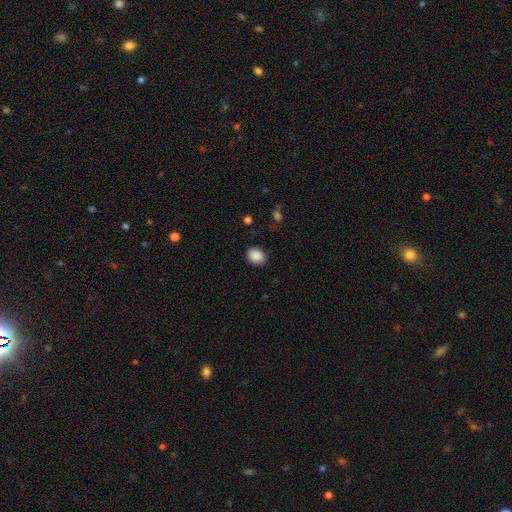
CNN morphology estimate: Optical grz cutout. It shows a smooth galaxy with no disk features (89%) that is in between round and cigar-shaped (51%). Merging: none (88%).